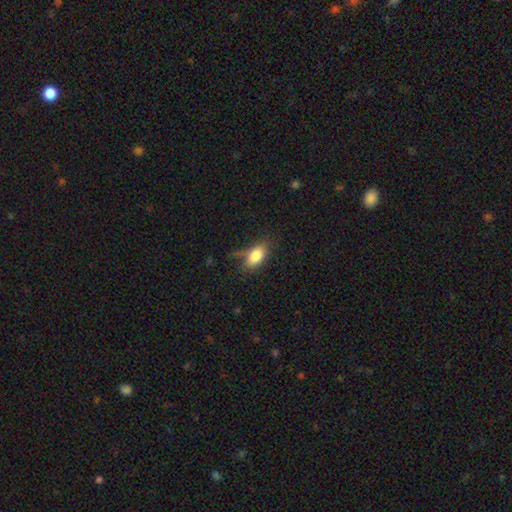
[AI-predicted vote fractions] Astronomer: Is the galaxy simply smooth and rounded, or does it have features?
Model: smooth — 80%.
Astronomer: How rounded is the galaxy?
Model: in between — 87%.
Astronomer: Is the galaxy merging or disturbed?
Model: none — 55%.